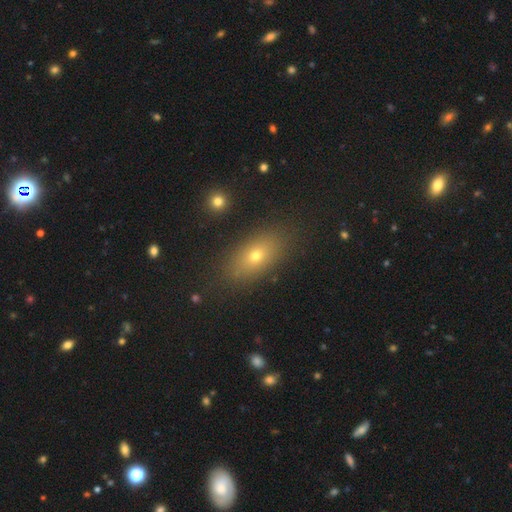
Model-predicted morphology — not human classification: Smooth or featured? Predicted: smooth (p=0.64). How rounded? Predicted: in between (p=0.79). Merging? Predicted: none (p=0.86).